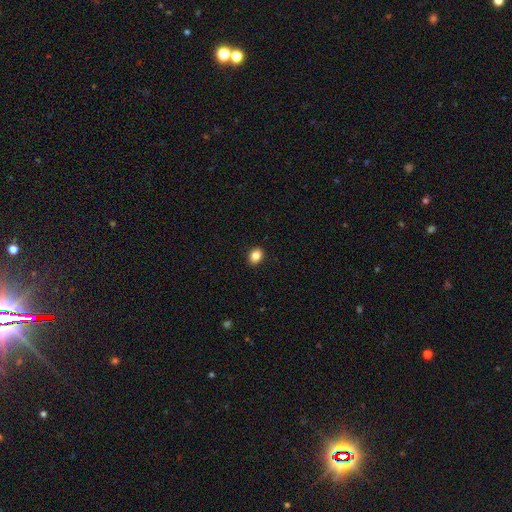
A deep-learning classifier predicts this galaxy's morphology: Overall: smooth (85%). How rounded: in between (51%; round 48%). Merging: none (91%).